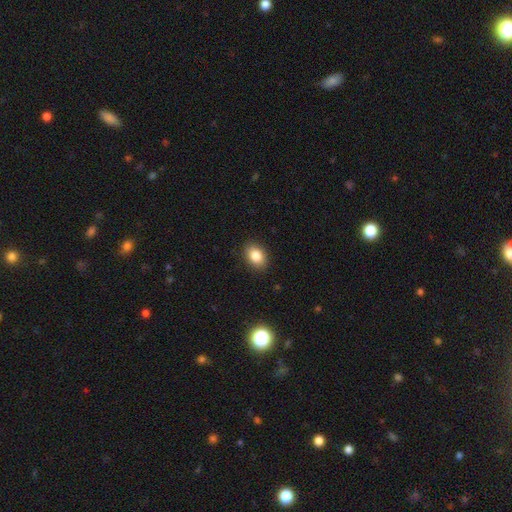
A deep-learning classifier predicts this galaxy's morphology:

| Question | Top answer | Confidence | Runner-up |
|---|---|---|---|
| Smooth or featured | smooth | 85% | star or artifact (9%) |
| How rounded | in between | 78% | round (21%) |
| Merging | none | 89% | minor disturbance (8%) |